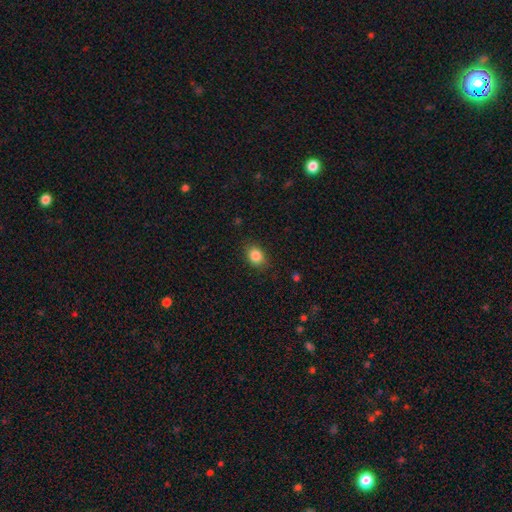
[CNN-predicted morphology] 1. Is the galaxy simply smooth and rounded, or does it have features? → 86% smooth, 9% star or artifact, 5% featured or disk.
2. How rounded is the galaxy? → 56% in between, 43% round, 1% cigar-shaped.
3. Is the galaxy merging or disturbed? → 85% none, 11% minor disturbance, 3% major disturbance, 1% merger.